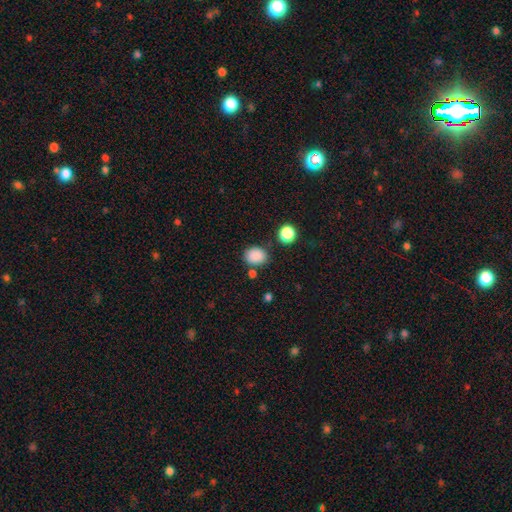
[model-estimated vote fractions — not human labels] smooth_or_featured: smooth (p=0.86) [alt: star or artifact p=0.10]
how_rounded: round (p=0.53) [alt: in between p=0.46]
merging: none (p=0.74) [alt: minor disturbance p=0.14]